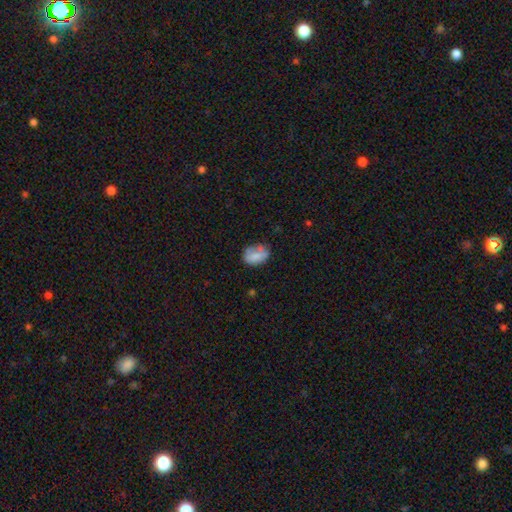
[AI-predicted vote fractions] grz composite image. It shows a smooth galaxy with no disk features (75%) that is in between round and cigar-shaped (76%). Merging: none (55%).